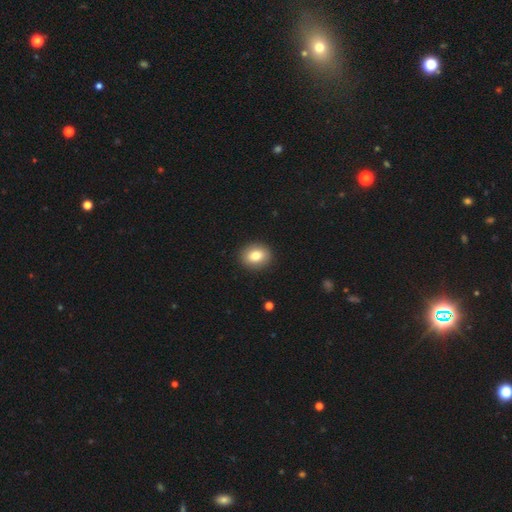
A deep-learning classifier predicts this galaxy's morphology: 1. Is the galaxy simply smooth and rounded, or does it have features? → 82% smooth, 10% featured or disk, 9% star or artifact.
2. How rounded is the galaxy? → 52% round, 47% in between, 1% cigar-shaped.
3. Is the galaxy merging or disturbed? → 90% none, 7% minor disturbance, 2% major disturbance, 1% merger.